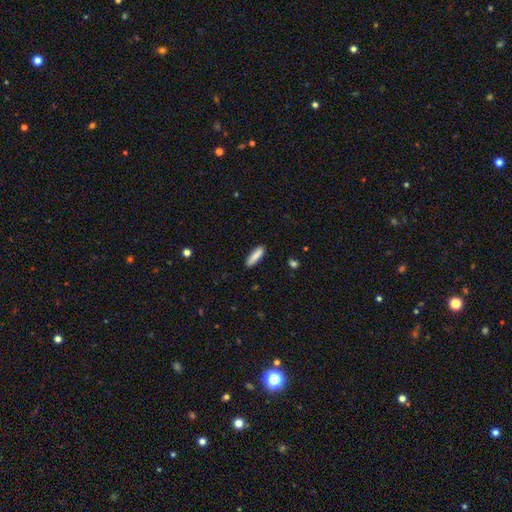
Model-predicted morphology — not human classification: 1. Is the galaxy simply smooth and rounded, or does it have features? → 85% smooth, 9% featured or disk, 6% star or artifact.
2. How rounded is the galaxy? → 70% cigar-shaped, 29% in between, 1% round.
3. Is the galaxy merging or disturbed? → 87% none, 10% minor disturbance, 2% major disturbance, 1% merger.